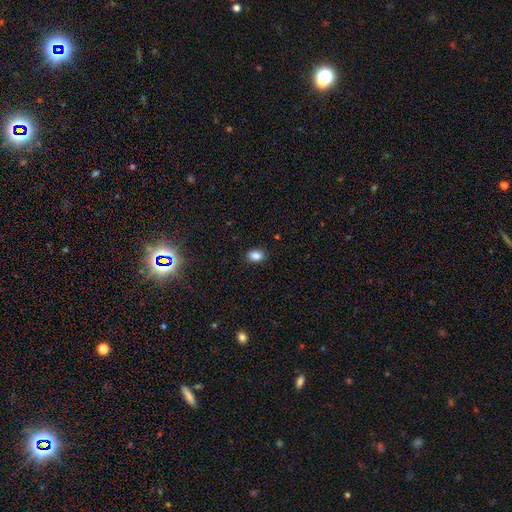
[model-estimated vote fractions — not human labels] The model was most divided on "how rounded": in between: 80%, round: 18%, cigar-shaped: 1%. More confident: merging — none (86%); smooth or featured — smooth (86%).